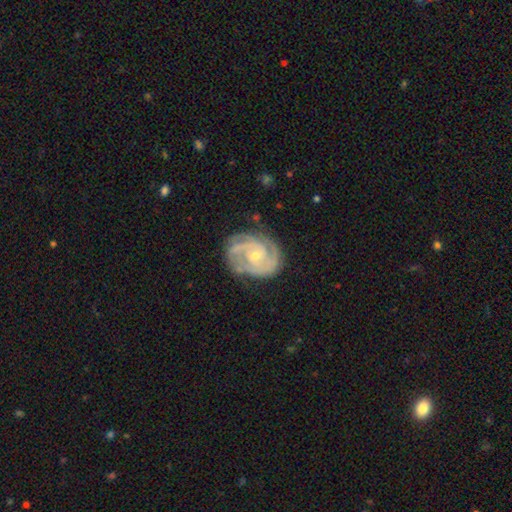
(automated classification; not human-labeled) The model was most divided on "spiral arm count": 2: 42%, 3: 30%, can't tell: 13%, 4: 6%, 1: 4%, more than 4: 4%. More confident: edge-on disk — no (98%); spiral arms — yes (97%); smooth or featured — featured or disk (89%); merging — none (74%); bulge size — small (68%); bar — no (65%); spiral winding — tight (60%).